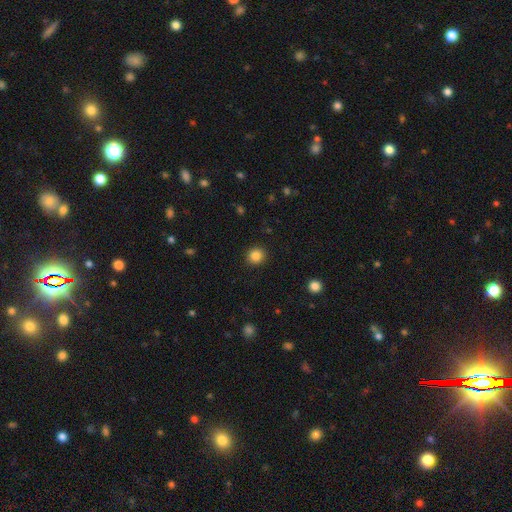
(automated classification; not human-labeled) smooth_or_featured: smooth (p=0.85) [alt: star or artifact p=0.11]
how_rounded: round (p=0.89) [alt: in between p=0.10]
merging: none (p=0.92) [alt: minor disturbance p=0.05]